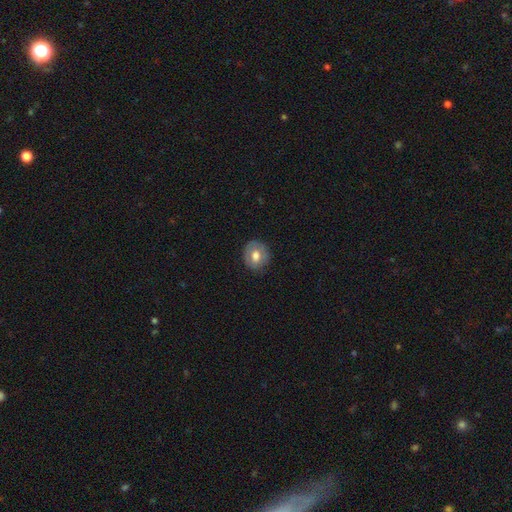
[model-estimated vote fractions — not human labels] Smooth or featured: smooth — 61% (featured or disk — 32%)
How rounded: round — 72% (in between — 27%)
Merging: none — 79% (minor disturbance — 15%)